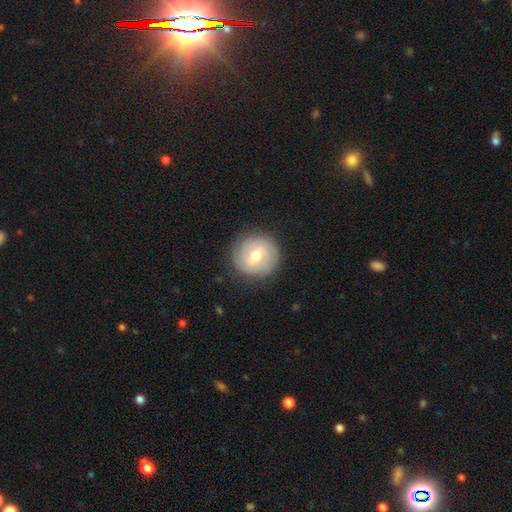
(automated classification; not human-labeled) A smooth galaxy with no disk features (47%). Merging: none (85%).